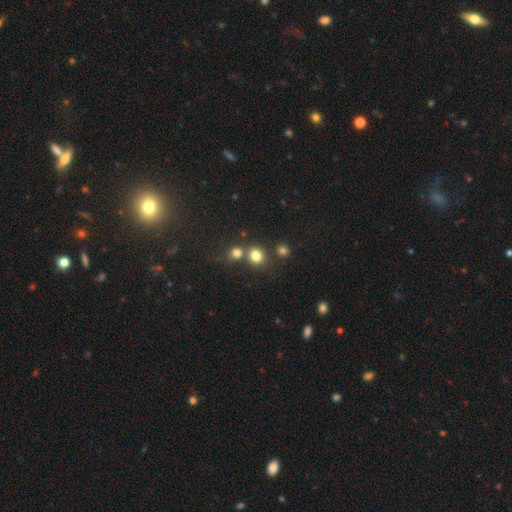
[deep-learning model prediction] This appears to be a smooth galaxy with no disk features (79%) that is round (80%). Merging: none (61%).